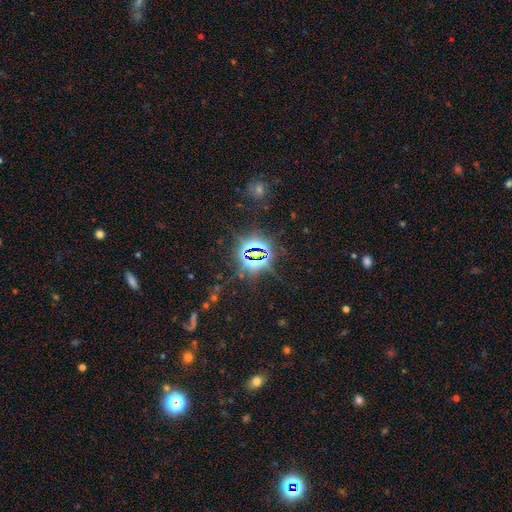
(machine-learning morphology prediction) The model was most divided on "smooth or featured": star or artifact: 83%, smooth: 10%, featured or disk: 7%.